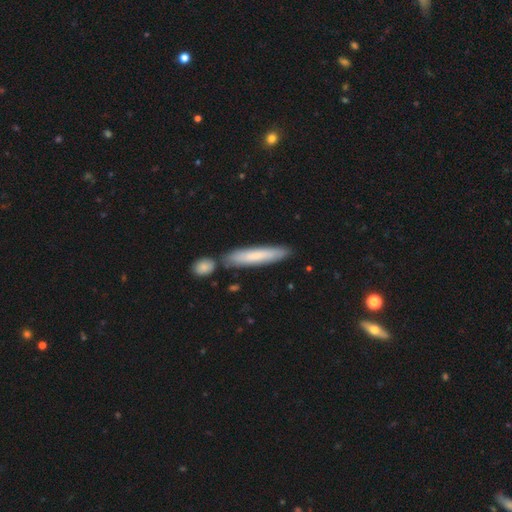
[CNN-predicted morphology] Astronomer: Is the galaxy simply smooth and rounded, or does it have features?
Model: smooth — 72%.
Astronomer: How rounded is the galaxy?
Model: cigar-shaped — 88%.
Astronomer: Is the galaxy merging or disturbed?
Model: none — 76%.